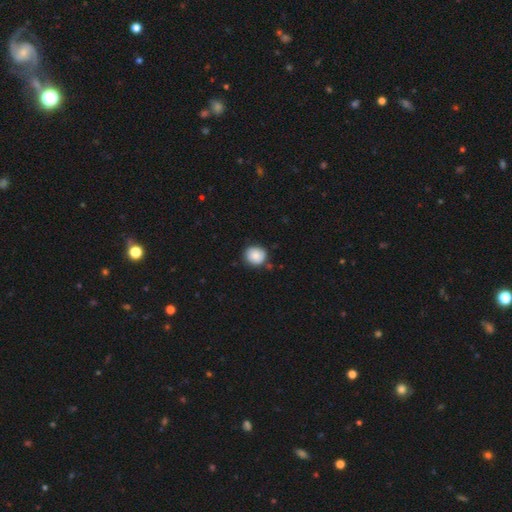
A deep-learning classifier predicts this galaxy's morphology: Smooth or featured? smooth (85%)
How rounded? round (85%)
Merging? none (79%)